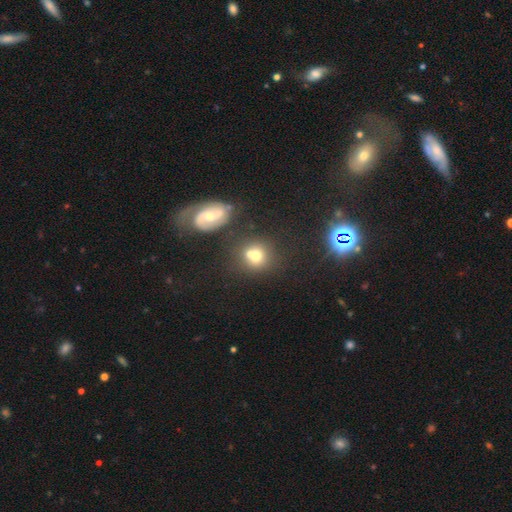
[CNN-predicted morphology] Q: Smooth or featured?
A: smooth (67%); runner-up: featured or disk (20%)
Q: How rounded?
A: round (78%); runner-up: in between (21%)
Q: Merging?
A: none (46%); runner-up: merger (39%)